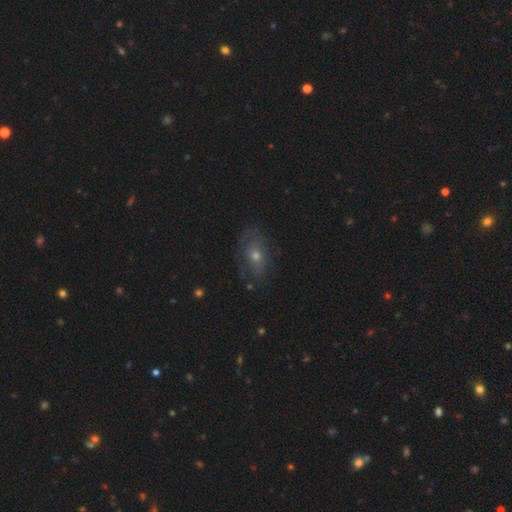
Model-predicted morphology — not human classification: This appears to be a featured or disk galaxy (46%). Merging: none (71%).